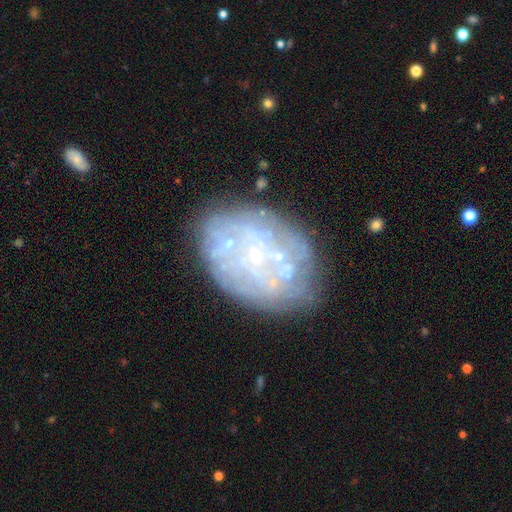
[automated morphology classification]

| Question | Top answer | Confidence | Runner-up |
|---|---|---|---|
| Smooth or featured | featured or disk | 71% | smooth (19%) |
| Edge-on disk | no | 97% | yes (3%) |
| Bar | no | 84% | weak (12%) |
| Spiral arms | no | 53% | yes (47%) |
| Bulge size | small | 79% | none (10%) |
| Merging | none | 68% | minor disturbance (18%) |